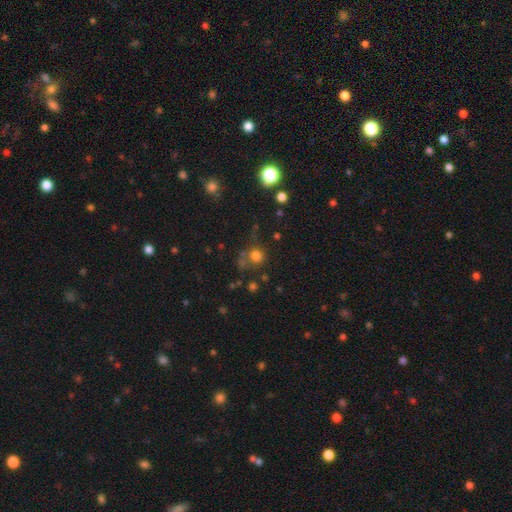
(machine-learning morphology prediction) This is likely a smooth galaxy (73%). How rounded: clearly round (85%). Merging: possibly none (59%).